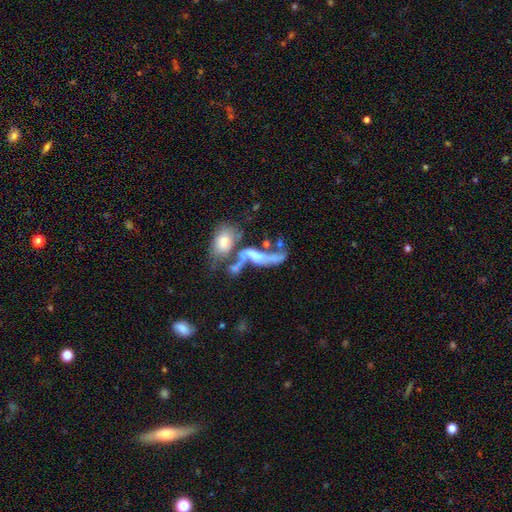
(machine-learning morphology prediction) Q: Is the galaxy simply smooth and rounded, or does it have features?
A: featured or disk — 58%.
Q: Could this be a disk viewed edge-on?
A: no — 76%.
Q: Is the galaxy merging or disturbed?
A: merger — 52%.